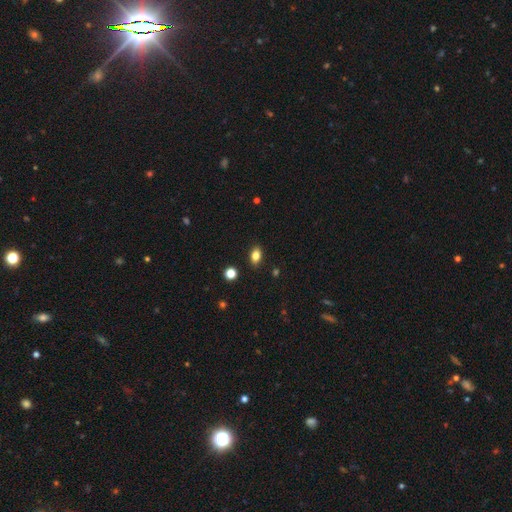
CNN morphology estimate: Smooth or featured?
  - smooth: 82% *
  - star or artifact: 11%
  - featured or disk: 7%
How rounded?
  - in between: 81% *
  - round: 16%
  - cigar-shaped: 2%
Merging?
  - none: 87% *
  - minor disturbance: 9%
  - major disturbance: 2%
  - merger: 2%